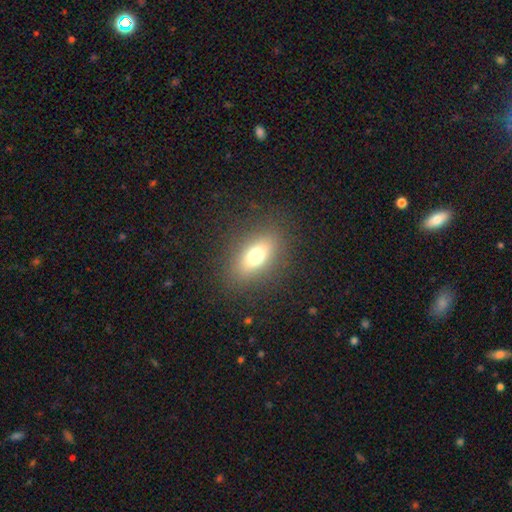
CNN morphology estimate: This is likely a smooth galaxy (69%). How rounded: likely in between (77%). Merging: clearly none (85%).